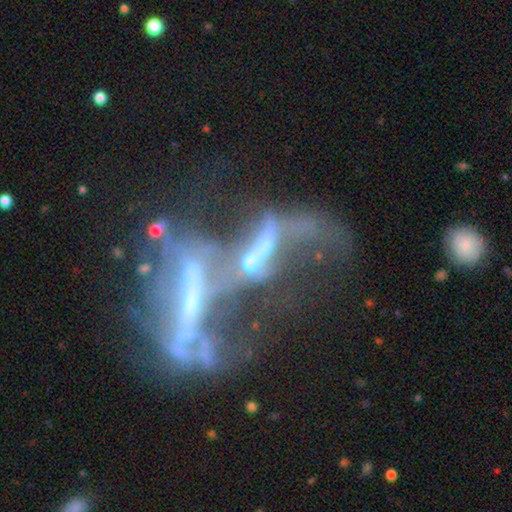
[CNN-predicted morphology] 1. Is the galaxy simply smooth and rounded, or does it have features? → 63% featured or disk, 22% star or artifact, 15% smooth.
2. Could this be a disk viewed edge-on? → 82% no, 18% yes.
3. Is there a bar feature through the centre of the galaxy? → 58% no, 24% strong, 17% weak.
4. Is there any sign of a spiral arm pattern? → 72% no, 28% yes.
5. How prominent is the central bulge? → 40% none, 26% moderate, 26% small, 5% large, 3% dominant.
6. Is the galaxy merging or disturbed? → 64% merger, 21% major disturbance, 9% none, 5% minor disturbance.